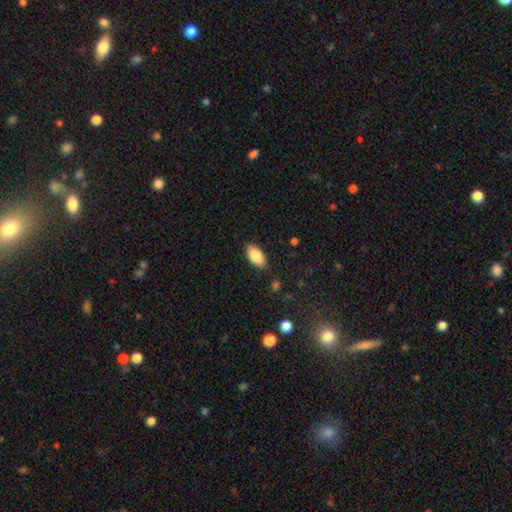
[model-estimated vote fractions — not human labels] The model was most divided on "merging": none: 85%, minor disturbance: 11%, major disturbance: 2%, merger: 1%. More confident: how rounded — in between (93%); smooth or featured — smooth (86%).